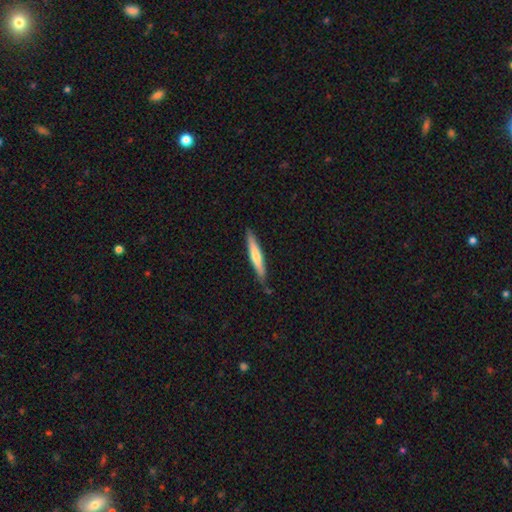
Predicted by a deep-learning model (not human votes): Smooth or featured: smooth — 56% (featured or disk — 38%)
How rounded: cigar-shaped — 93% (in between — 5%)
Merging: none — 83% (minor disturbance — 13%)